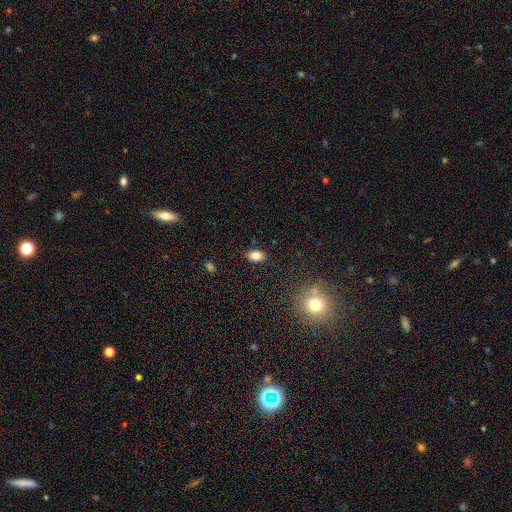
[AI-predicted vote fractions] Smooth or featured? Predicted: smooth (p=0.81). How rounded? Predicted: in between (p=0.89). Merging? Predicted: none (p=0.86).